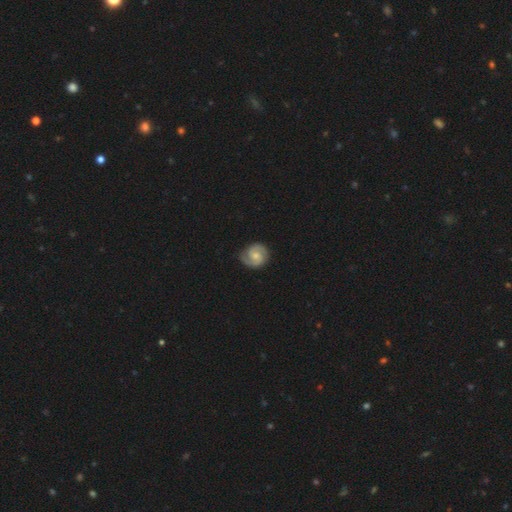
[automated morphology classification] Q: Smooth or featured?
A: featured or disk (81%); runner-up: smooth (13%)
Q: Edge-on disk?
A: no (98%); runner-up: yes (2%)
Q: Bar?
A: no (52%); runner-up: weak (41%)
Q: Spiral arms?
A: yes (97%); runner-up: no (3%)
Q: Spiral winding?
A: tight (46%); runner-up: medium (44%)
Q: Spiral arm count?
A: 2 (91%); runner-up: can't tell (4%)
Q: Bulge size?
A: moderate (47%); runner-up: small (42%)
Q: Merging?
A: none (83%); runner-up: minor disturbance (13%)